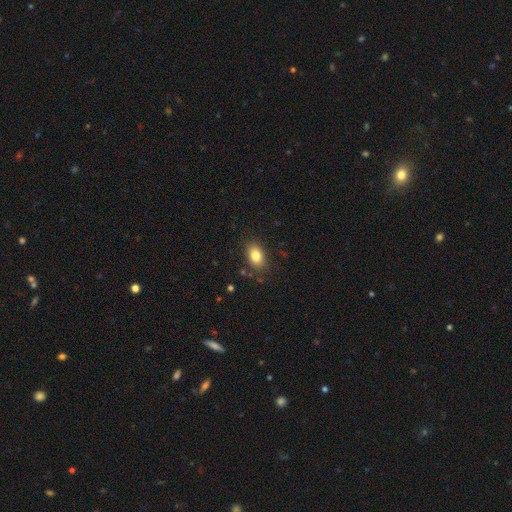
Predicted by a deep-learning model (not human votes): This appears to be a smooth galaxy with no disk features (83%) that is in between round and cigar-shaped (83%). Merging: none (82%).